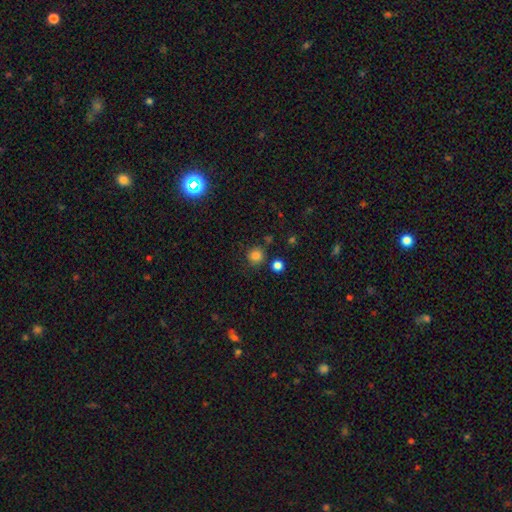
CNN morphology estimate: type=smooth (82%); roundness=round (93%); merging=none (84%).